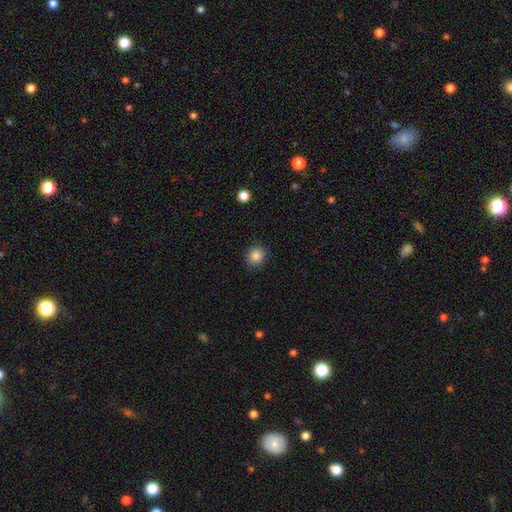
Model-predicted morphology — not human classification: Smooth or featured?
  - smooth: 85% *
  - star or artifact: 10%
  - featured or disk: 5%
How rounded?
  - round: 87% *
  - in between: 13%
  - cigar-shaped: 1%
Merging?
  - none: 90% *
  - minor disturbance: 7%
  - major disturbance: 2%
  - merger: 1%